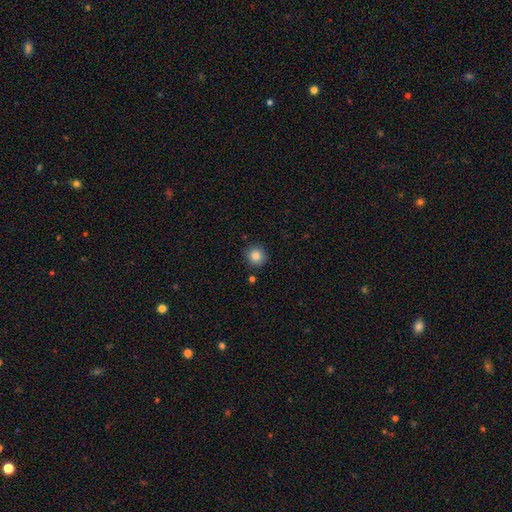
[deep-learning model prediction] This appears to be a smooth galaxy with no disk features (84%) that is round (92%). Merging: none (89%).